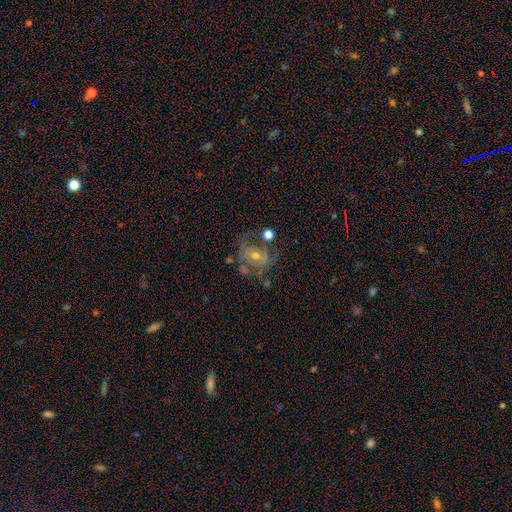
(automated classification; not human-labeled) Morphology: type=featured or disk (69%); edge-on=no (97%); bar=no (63%); spiral arms=yes (68%); bulge=moderate (49%); merging=none (43%).